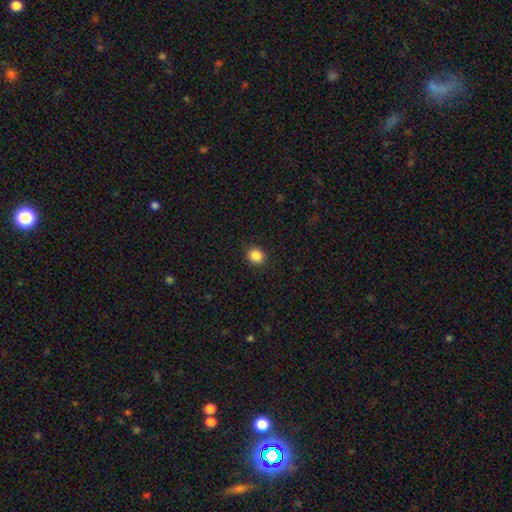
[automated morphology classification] A smooth galaxy with no disk features (87%) that is round (71%). Merging: none (90%).